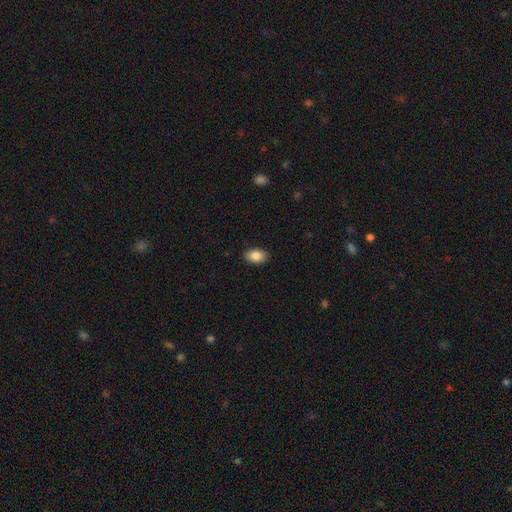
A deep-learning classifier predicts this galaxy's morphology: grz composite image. It shows a smooth galaxy with no disk features (87%) that is in between round and cigar-shaped (88%). Merging: none (88%).